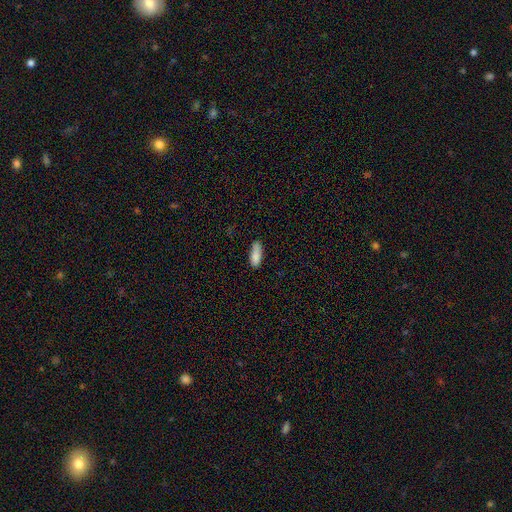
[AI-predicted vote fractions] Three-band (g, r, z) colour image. It shows a smooth galaxy with no disk features (87%) that is in between round and cigar-shaped (71%). Merging: none (71%).